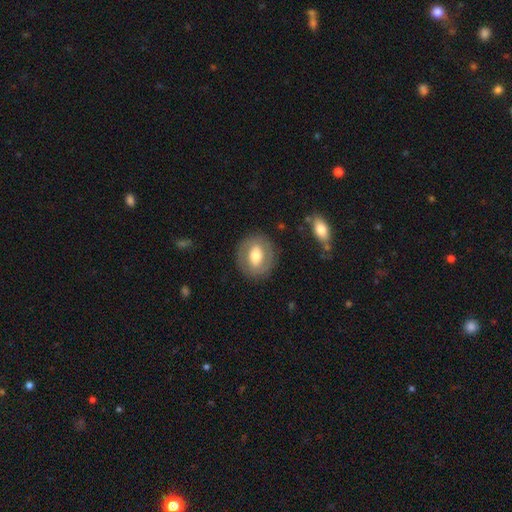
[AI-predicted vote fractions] Morphology: type=smooth (51%); roundness=round (52%); merging=none (83%).